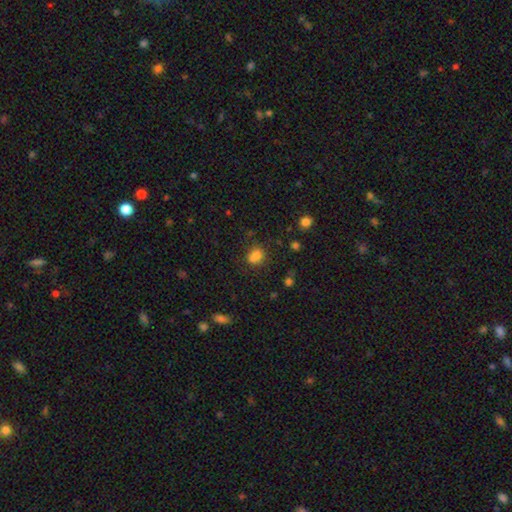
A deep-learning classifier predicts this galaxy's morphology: smooth_or_featured: smooth (p=0.73) [alt: star or artifact p=0.15]
how_rounded: round (p=0.65) [alt: in between p=0.33]
merging: none (p=0.44) [alt: merger p=0.39]